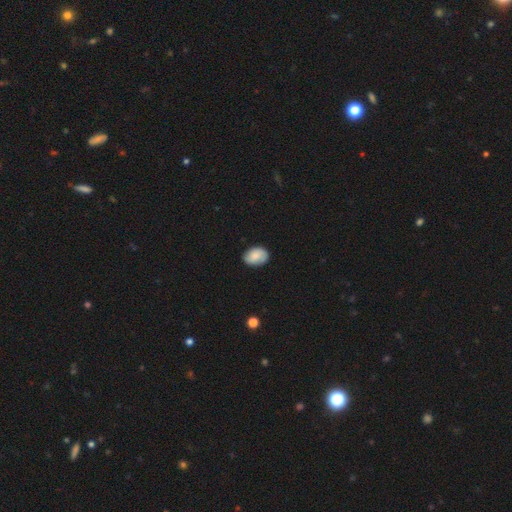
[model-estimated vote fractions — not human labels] A smooth galaxy with no disk features (76%) that is in between round and cigar-shaped (77%). Merging: none (80%).